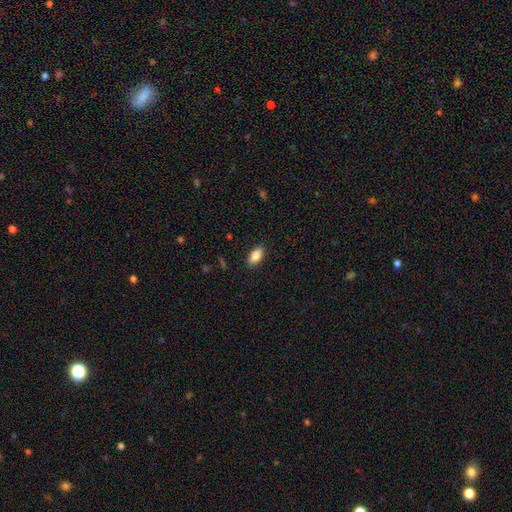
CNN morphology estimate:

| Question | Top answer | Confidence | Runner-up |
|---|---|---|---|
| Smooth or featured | smooth | 84% | featured or disk (8%) |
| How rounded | in between | 90% | cigar-shaped (7%) |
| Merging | none | 88% | minor disturbance (9%) |